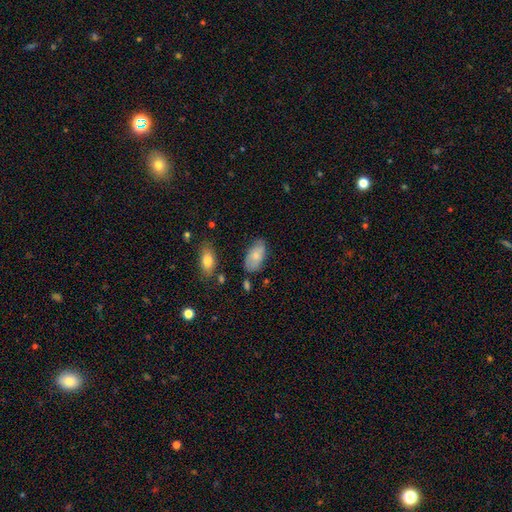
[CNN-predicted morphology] Overall: smooth (75%). How rounded: in between (94%). Merging: none (71%).